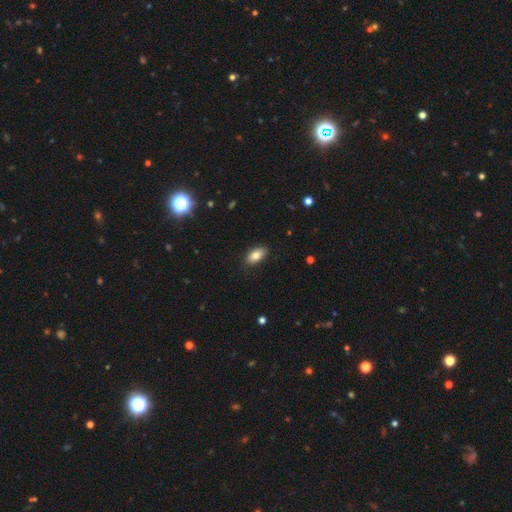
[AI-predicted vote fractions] Smooth or featured?
  - smooth: 81% *
  - featured or disk: 11%
  - star or artifact: 8%
How rounded?
  - in between: 91% *
  - round: 5%
  - cigar-shaped: 4%
Merging?
  - none: 86% *
  - minor disturbance: 10%
  - major disturbance: 2%
  - merger: 1%